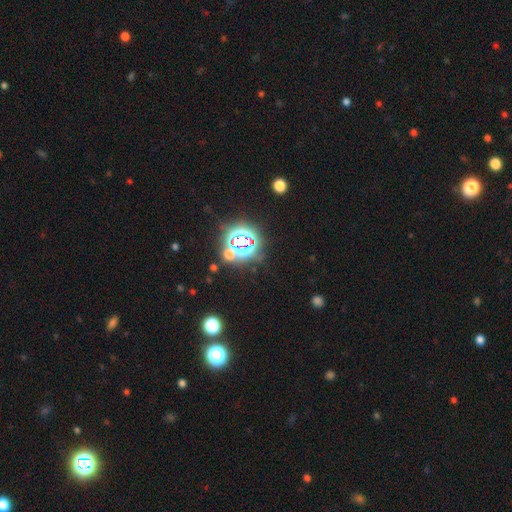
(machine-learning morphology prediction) Smooth or featured: star or artifact — 83% (smooth — 11%)